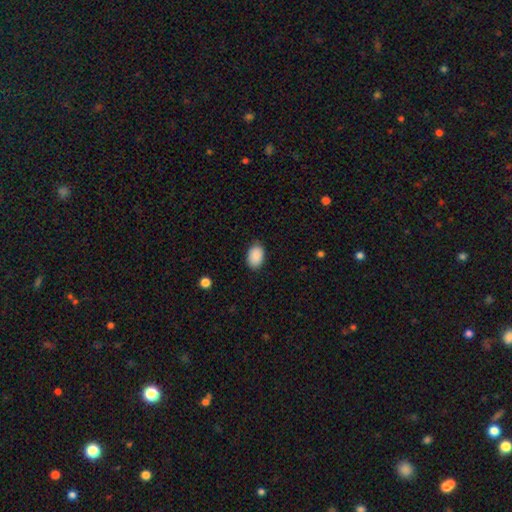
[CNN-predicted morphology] Q: Smooth or featured?
A: smooth (90%); runner-up: star or artifact (7%)
Q: How rounded?
A: in between (89%); runner-up: round (10%)
Q: Merging?
A: none (87%); runner-up: minor disturbance (10%)